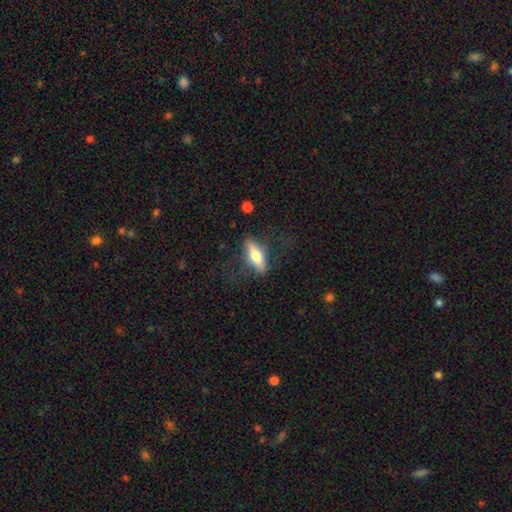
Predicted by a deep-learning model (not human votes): Smooth or featured? Predicted: smooth (p=0.58). How rounded? Predicted: in between (p=0.55). Merging? Predicted: none (p=0.70).